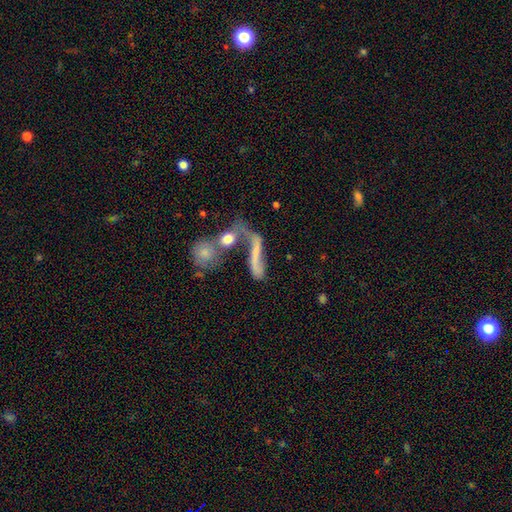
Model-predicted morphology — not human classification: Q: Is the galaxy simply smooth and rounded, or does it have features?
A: featured or disk — 48%.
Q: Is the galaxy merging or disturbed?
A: merger — 43%.